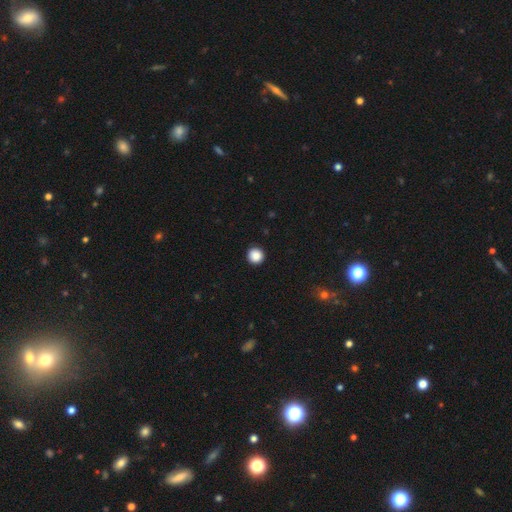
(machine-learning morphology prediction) This appears to be a smooth galaxy with no disk features (88%) that is round (96%). Merging: none (93%).